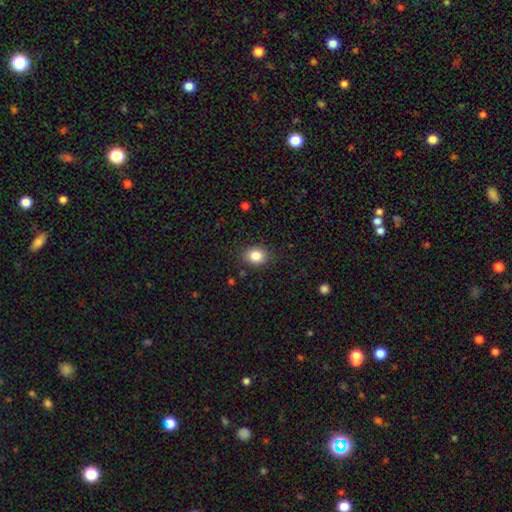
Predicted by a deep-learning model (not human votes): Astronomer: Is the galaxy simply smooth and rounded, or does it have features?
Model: smooth — 84%.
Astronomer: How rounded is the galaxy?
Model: round — 50% (runner-up: in between, 49%).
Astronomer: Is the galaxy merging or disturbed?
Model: none — 86%.